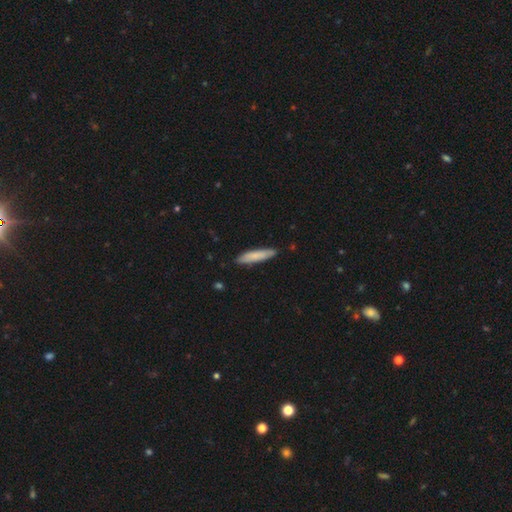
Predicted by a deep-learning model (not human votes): smooth 78%, featured or disk 16%, star or artifact 5%. Down the decision tree: how rounded — cigar-shaped (85%); merging — none (87%).